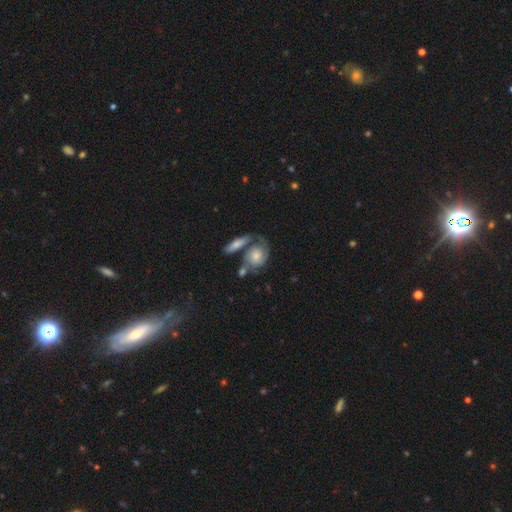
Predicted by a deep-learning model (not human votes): featured or disk 68%, smooth 24%, star or artifact 8%. Down the decision tree: edge-on disk — no (94%); bar — no (75%); spiral arms — yes (89%); spiral arm count — 2 (65%); spiral winding — tight (45%); bulge size — moderate (44%); merging — none (44%).